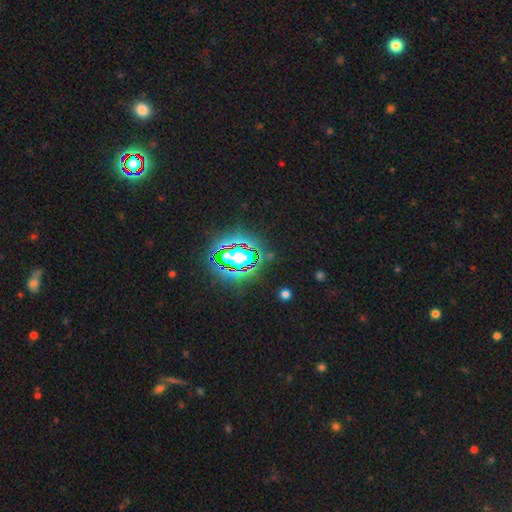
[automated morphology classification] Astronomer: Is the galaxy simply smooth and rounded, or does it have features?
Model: star or artifact — 81%.